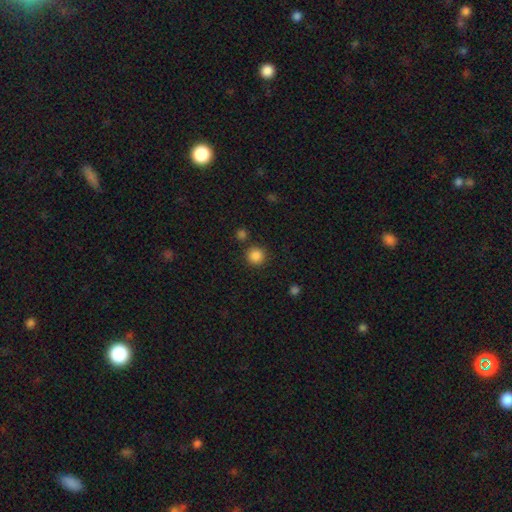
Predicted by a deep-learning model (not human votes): A smooth galaxy with no disk features (86%) that is round (94%).

Vote fractions:
- Smooth or featured? smooth: 86% / star or artifact: 11% / featured or disk: 3%
- How rounded? round: 94% / in between: 5% / cigar-shaped: 1%
- Merging? none: 86% / minor disturbance: 7% / merger: 5% / major disturbance: 3%